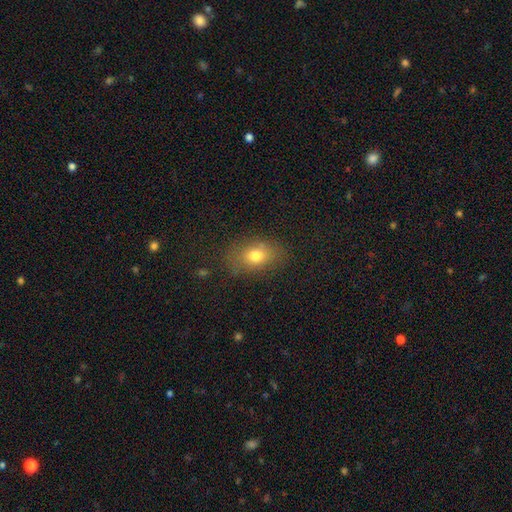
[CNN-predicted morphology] This appears to be a smooth galaxy with no disk features (76%) that is in between round and cigar-shaped (73%). Merging: none (77%).